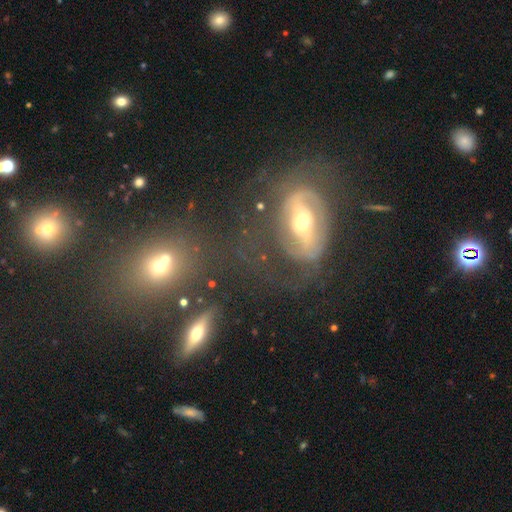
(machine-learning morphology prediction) Q: Smooth or featured?
A: featured or disk (66%); runner-up: smooth (21%)
Q: Edge-on disk?
A: no (85%); runner-up: yes (15%)
Q: Bar?
A: no (40%); runner-up: weak (32%)
Q: Spiral arms?
A: yes (58%); runner-up: no (42%)
Q: Bulge size?
A: moderate (67%); runner-up: small (21%)
Q: Merging?
A: none (56%); runner-up: minor disturbance (19%)